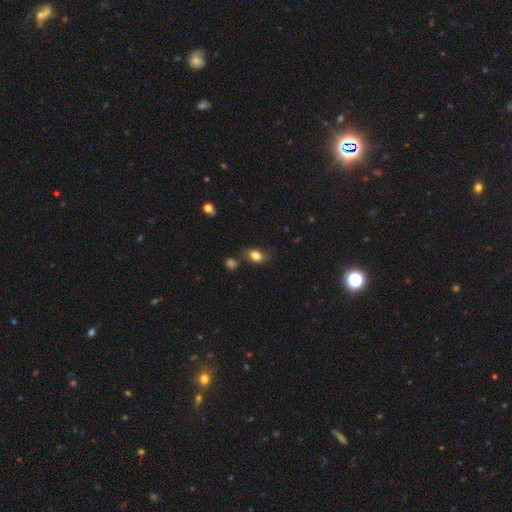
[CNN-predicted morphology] type=smooth (82%); roundness=in between (79%); merging=none (69%).